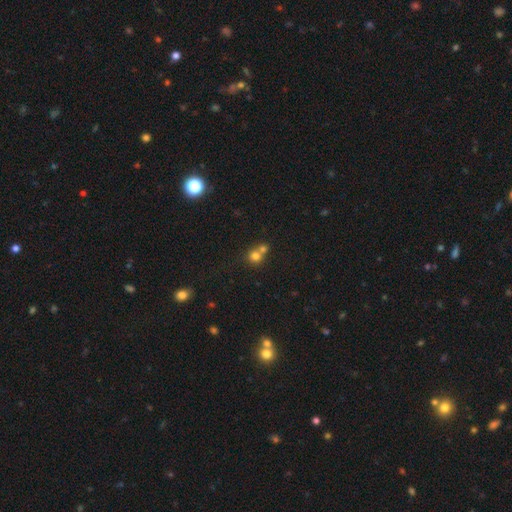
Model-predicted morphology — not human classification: This is likely a smooth galaxy (75%). How rounded: clearly round (86%). Merging: possibly merger (53%).